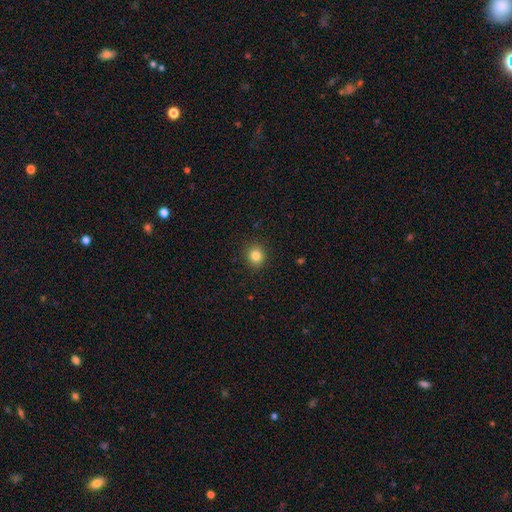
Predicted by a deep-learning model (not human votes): Smooth or featured? Predicted: smooth (p=0.83). How rounded? Predicted: round (p=0.85). Merging? Predicted: none (p=0.91).